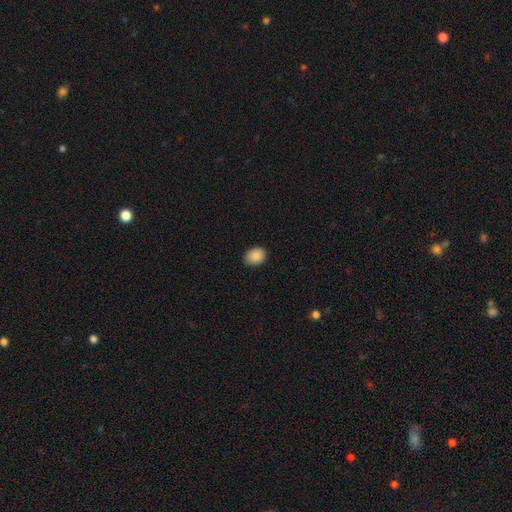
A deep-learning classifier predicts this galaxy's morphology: Q: Smooth or featured?
A: smooth (88%); runner-up: star or artifact (8%)
Q: How rounded?
A: in between (57%); runner-up: round (42%)
Q: Merging?
A: none (85%); runner-up: minor disturbance (12%)